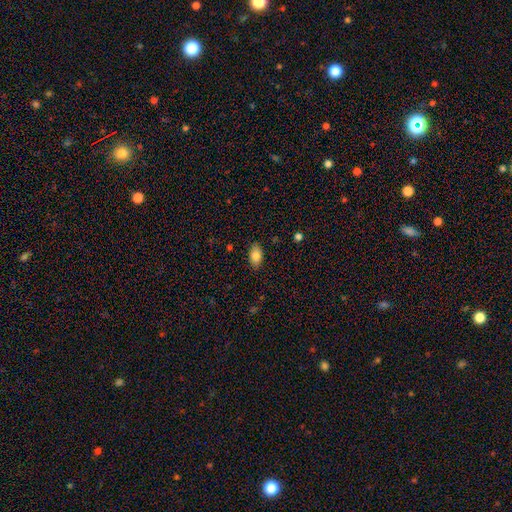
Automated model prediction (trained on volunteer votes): Smooth or featured: smooth — 83% (featured or disk — 9%)
How rounded: in between — 92% (round — 5%)
Merging: none — 87% (minor disturbance — 10%)